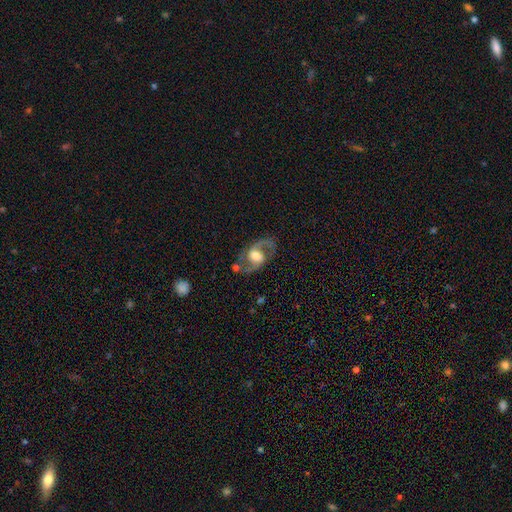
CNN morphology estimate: type=featured or disk (82%); edge-on=no (96%); bar=weak (45%); spiral arms=yes (91%); winding=medium (52%); arm count=2 (91%); bulge=moderate (51%); merging=none (73%).